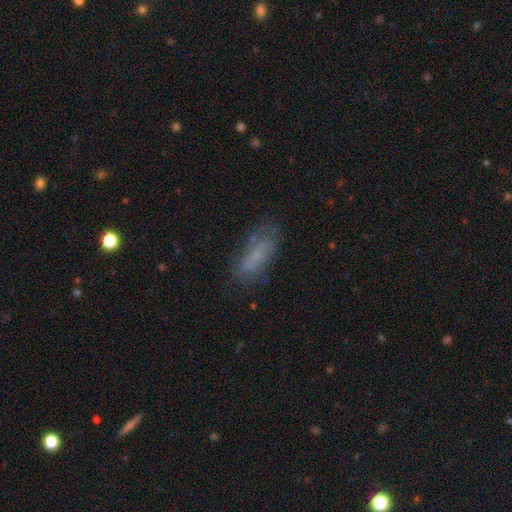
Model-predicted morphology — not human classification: Smooth or featured? smooth (53%)
How rounded? in between (70%)
Merging? none (64%)